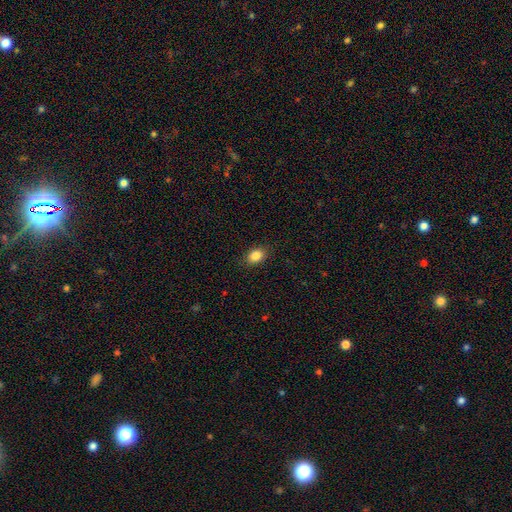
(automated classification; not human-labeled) This appears to be a smooth galaxy with no disk features (85%) that is in between round and cigar-shaped (71%). Merging: none (86%).